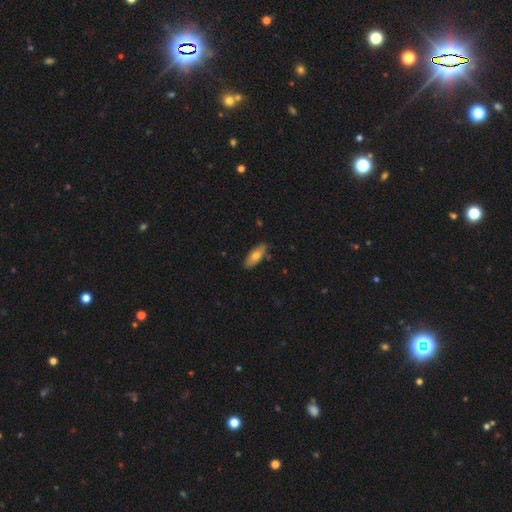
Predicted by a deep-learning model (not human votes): This appears to be a smooth galaxy with no disk features (70%) that is in between round and cigar-shaped (74%). Merging: none (81%).